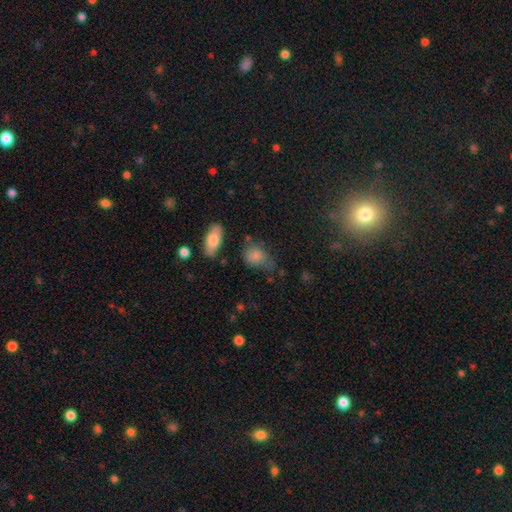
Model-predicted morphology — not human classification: This appears to be a smooth galaxy with no disk features (81%) that is in between round and cigar-shaped (63%). Merging: none (47%).